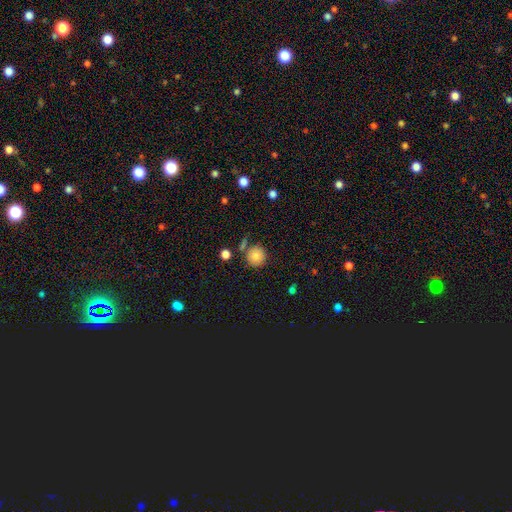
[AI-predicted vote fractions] A smooth galaxy with no disk features (82%) that is round (93%). Merging: none (73%).